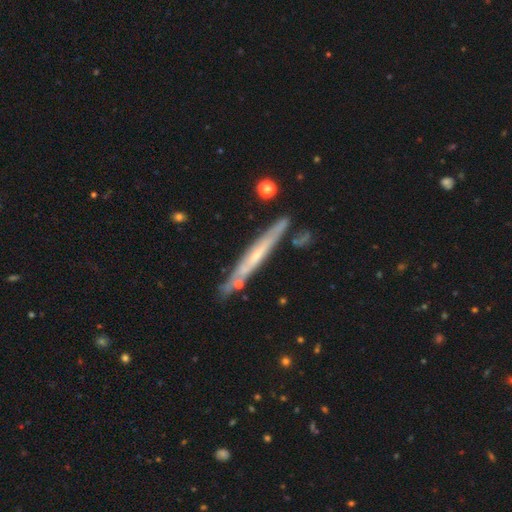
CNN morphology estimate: Smooth or featured? Predicted: featured or disk (p=0.67). Edge-on disk? Predicted: yes (p=0.89). Edge-on bulge? Predicted: none (p=0.61). Merging? Predicted: none (p=0.79).